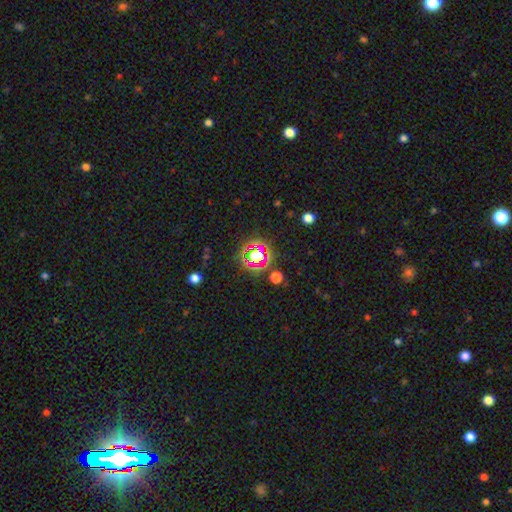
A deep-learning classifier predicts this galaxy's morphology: The model was most divided on "smooth or featured": star or artifact: 61%, smooth: 27%, featured or disk: 12%.